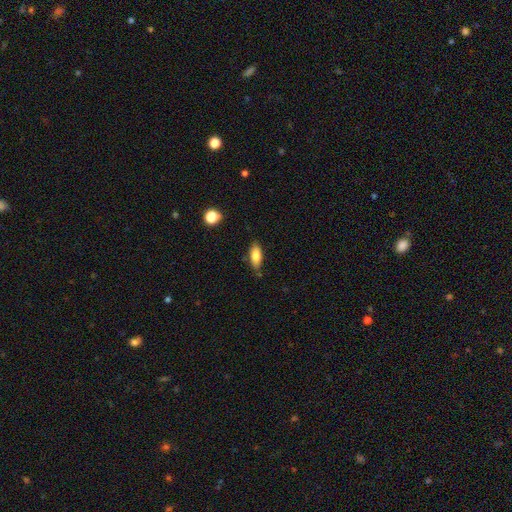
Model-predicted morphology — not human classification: smooth_or_featured: smooth (p=0.80) [alt: featured or disk p=0.12]
how_rounded: in between (p=0.78) [alt: cigar-shaped p=0.19]
merging: none (p=0.77) [alt: minor disturbance p=0.17]